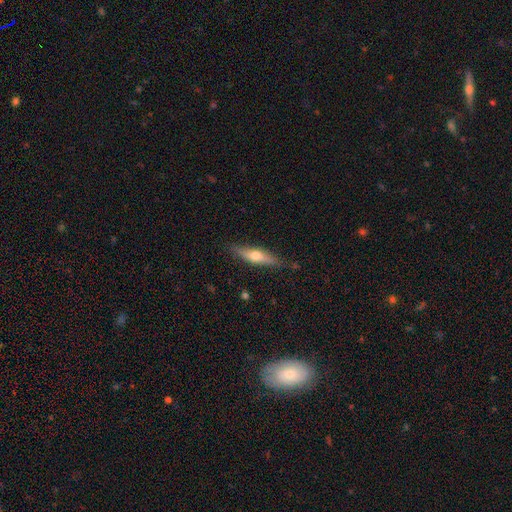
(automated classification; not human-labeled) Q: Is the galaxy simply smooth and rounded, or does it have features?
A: featured or disk — 48%.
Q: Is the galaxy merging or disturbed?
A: none — 84%.